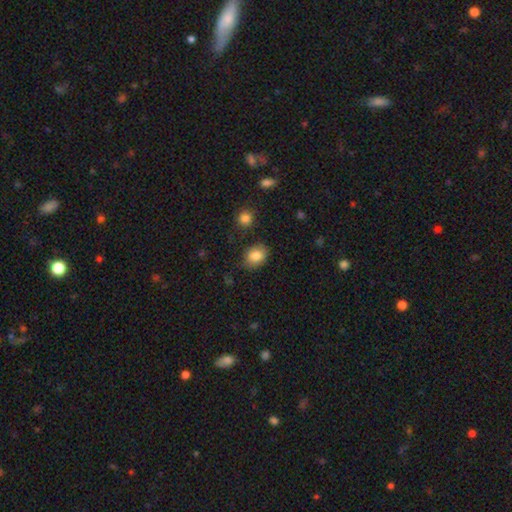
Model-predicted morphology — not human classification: Smooth or featured? Predicted: smooth (p=0.84). How rounded? Predicted: in between (p=0.63). Merging? Predicted: none (p=0.79).